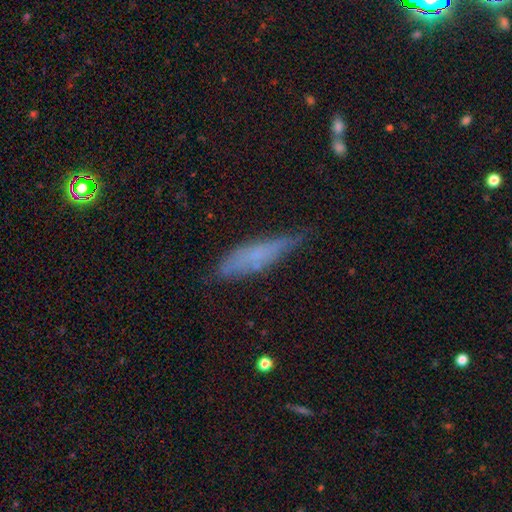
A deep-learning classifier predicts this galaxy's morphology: A smooth galaxy with no disk features (61%) that is cigar-shaped (73%). Merging: none (59%).